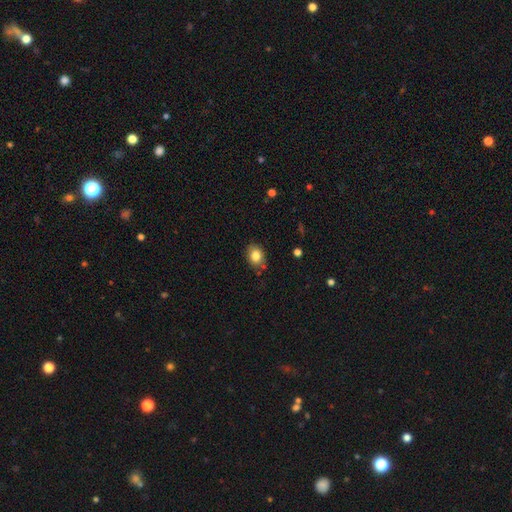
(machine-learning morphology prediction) Smooth or featured: smooth — 82% (star or artifact — 9%)
How rounded: in between — 57% (round — 42%)
Merging: none — 77% (minor disturbance — 16%)